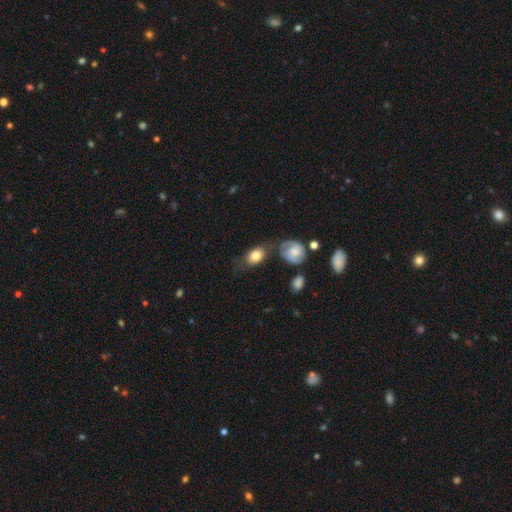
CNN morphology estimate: Smooth or featured? smooth (75%)
How rounded? in between (75%)
Merging? none (52%)